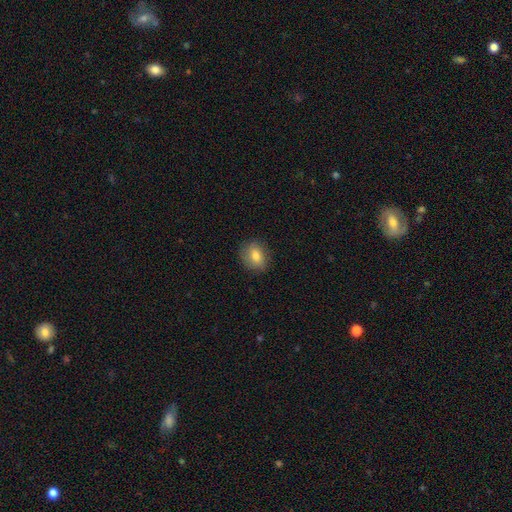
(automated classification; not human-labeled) smooth_or_featured: smooth (p=0.77) [alt: featured or disk p=0.14]
how_rounded: round (p=0.56) [alt: in between p=0.42]
merging: none (p=0.84) [alt: minor disturbance p=0.12]